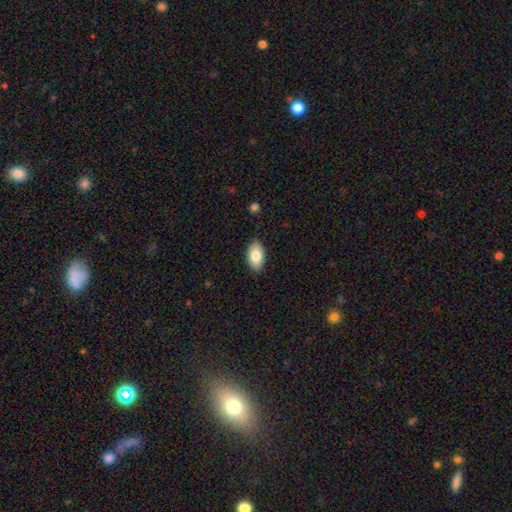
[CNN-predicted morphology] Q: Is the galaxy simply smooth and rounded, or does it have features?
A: smooth — 84%.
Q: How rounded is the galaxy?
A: in between — 94%.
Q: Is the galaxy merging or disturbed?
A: none — 87%.